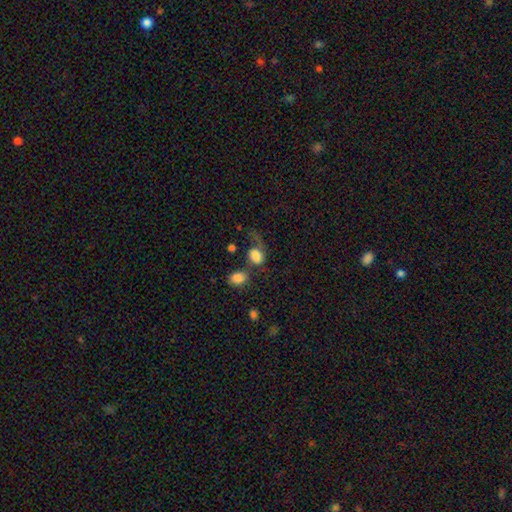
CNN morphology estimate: Overall: smooth (74%). How rounded: in between (67%; round 31%). Merging: major disturbance (37%; none 25%).